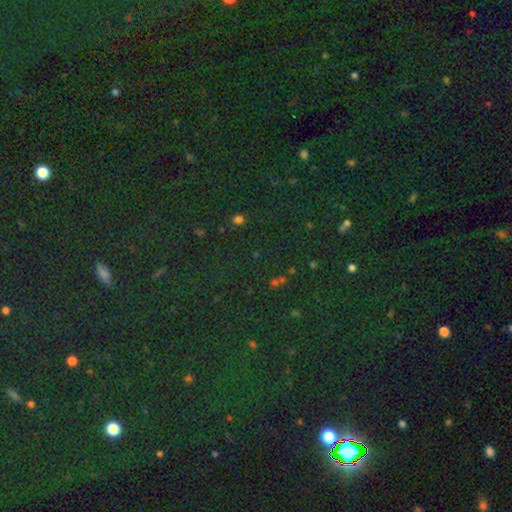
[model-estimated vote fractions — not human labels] Overall: star or artifact (77%).